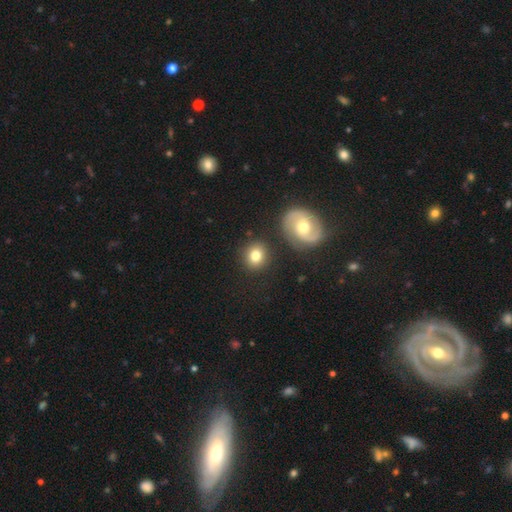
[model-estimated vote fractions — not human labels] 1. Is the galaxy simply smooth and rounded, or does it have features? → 77% smooth, 15% featured or disk, 8% star or artifact.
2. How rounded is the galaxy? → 82% round, 17% in between, 1% cigar-shaped.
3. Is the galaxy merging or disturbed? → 83% none, 8% minor disturbance, 6% merger, 3% major disturbance.